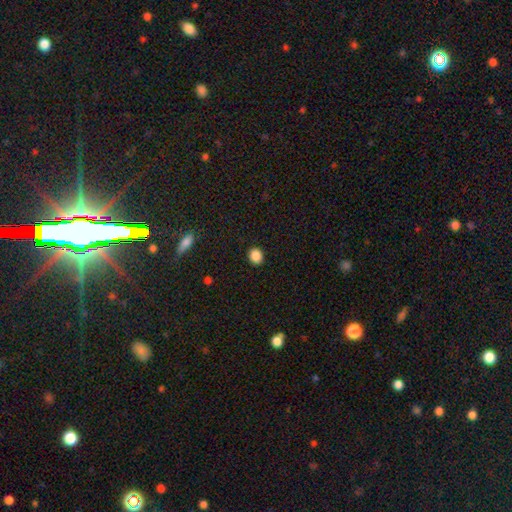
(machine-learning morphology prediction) Q: Smooth or featured?
A: smooth (88%); runner-up: star or artifact (9%)
Q: How rounded?
A: round (68%); runner-up: in between (31%)
Q: Merging?
A: none (91%); runner-up: minor disturbance (6%)